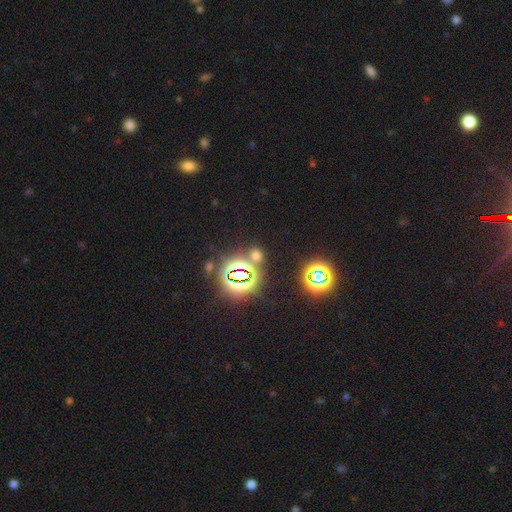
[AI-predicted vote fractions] smooth-or-featured: star or artifact: 58% | smooth: 35% | featured or disk: 6%